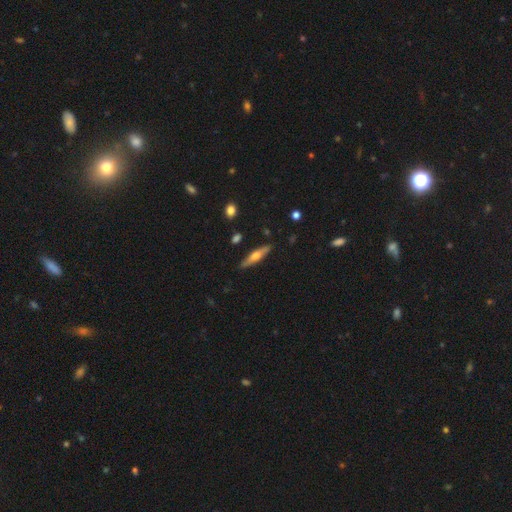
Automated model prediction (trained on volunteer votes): Smooth or featured? featured or disk (53%)
Edge-on disk? yes (94%)
Merging? none (87%)